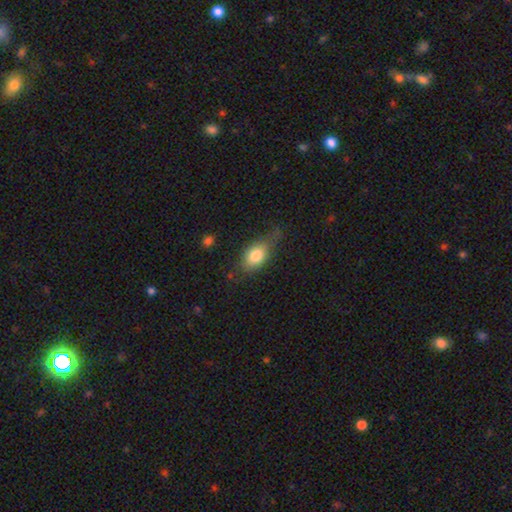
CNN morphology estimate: type=smooth (76%); roundness=in between (81%); merging=none (52%).